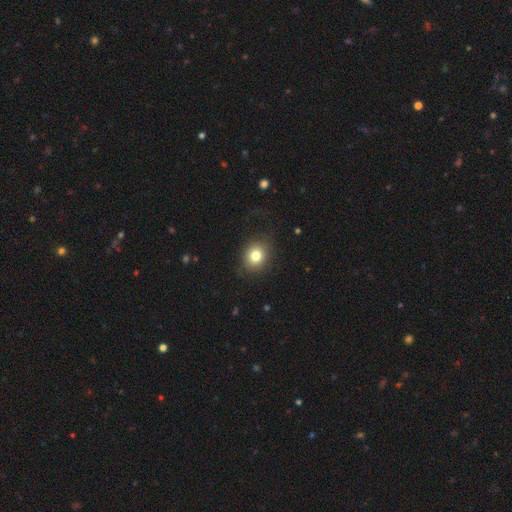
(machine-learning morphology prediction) Overall: smooth (79%). How rounded: round (73%). Merging: none (79%).